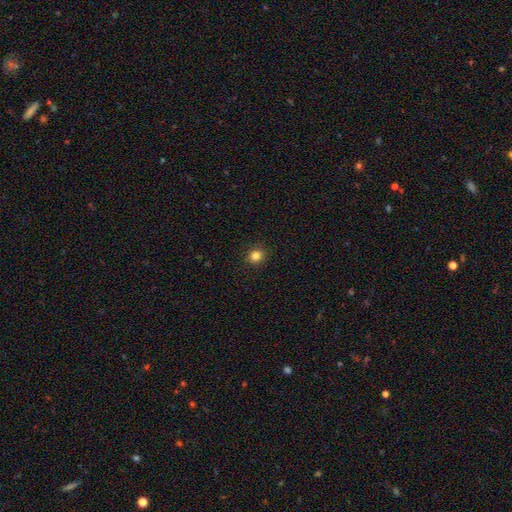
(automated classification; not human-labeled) The model was most divided on "how rounded": round: 83%, in between: 16%, cigar-shaped: 1%. More confident: merging — none (91%); smooth or featured — smooth (83%).